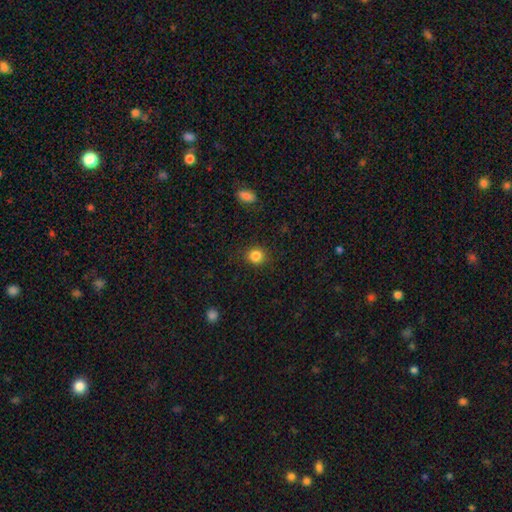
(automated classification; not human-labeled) A smooth galaxy with no disk features (84%) that is round (83%). Merging: none (89%).